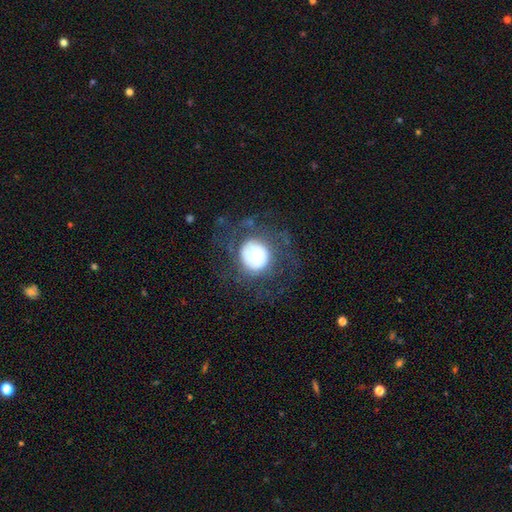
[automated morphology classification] smooth-or-featured: smooth: 56% | featured or disk: 34% | star or artifact: 11%
  how-rounded: round: 87% | in between: 12% | cigar-shaped: 1%
  merging: none: 54% | major disturbance: 26% | minor disturbance: 18% | merger: 2%